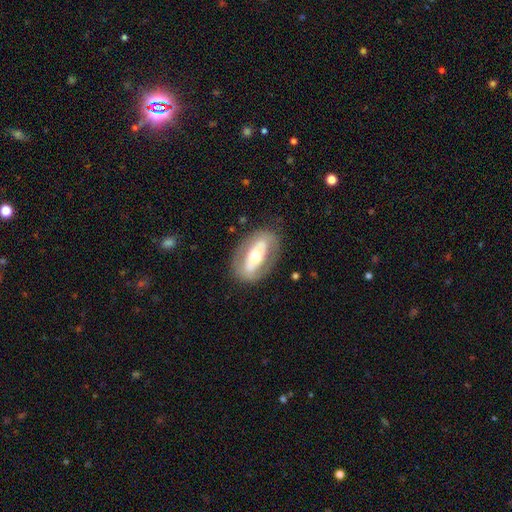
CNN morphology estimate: This is possibly a featured or disk galaxy (60%). It is clearly not viewed edge-on (87%). Bar: likely no (61%). Spiral arm pattern: clearly no (80%). Central bulge: likely moderate (64%). Merging: likely none (77%).